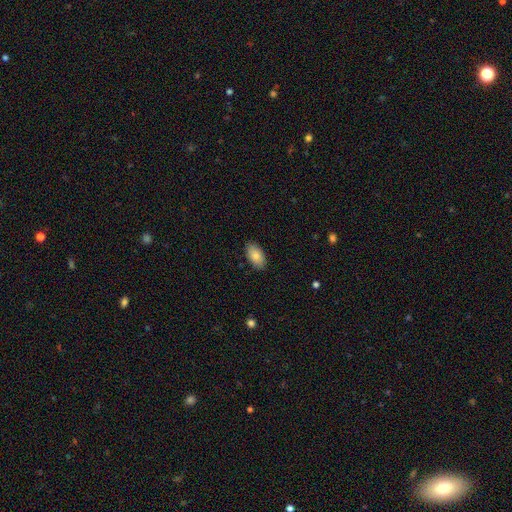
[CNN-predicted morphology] Overall: smooth (82%). How rounded: in between (94%). Merging: none (87%).